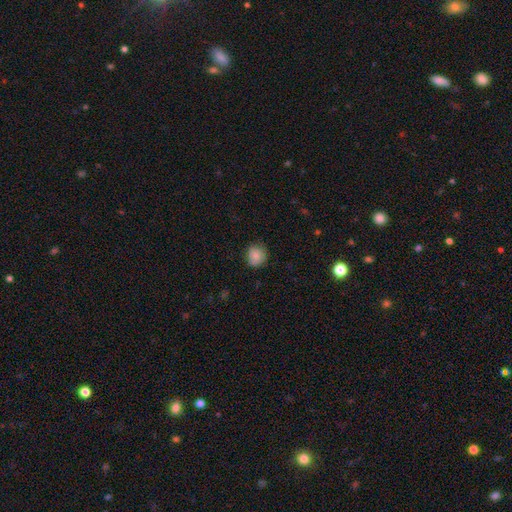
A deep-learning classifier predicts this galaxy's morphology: A smooth galaxy with no disk features (82%) that is round (81%).

Vote fractions:
- Smooth or featured? smooth: 82% / featured or disk: 10% / star or artifact: 8%
- How rounded? round: 81% / in between: 18% / cigar-shaped: 1%
- Merging? none: 78% / minor disturbance: 18% / major disturbance: 3% / merger: 1%